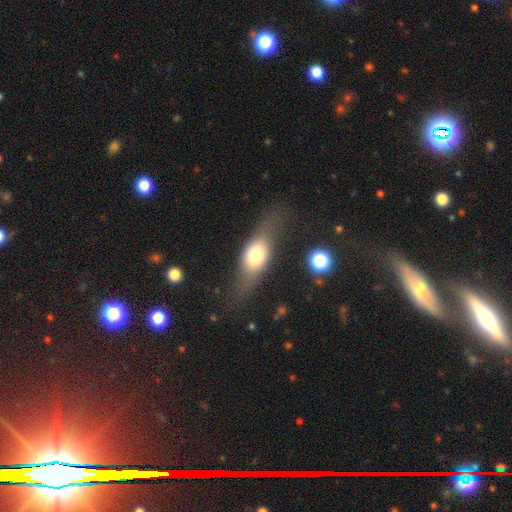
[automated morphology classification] Overall: smooth (56%; featured or disk 35%). How rounded: in between (66%). Merging: none (63%).